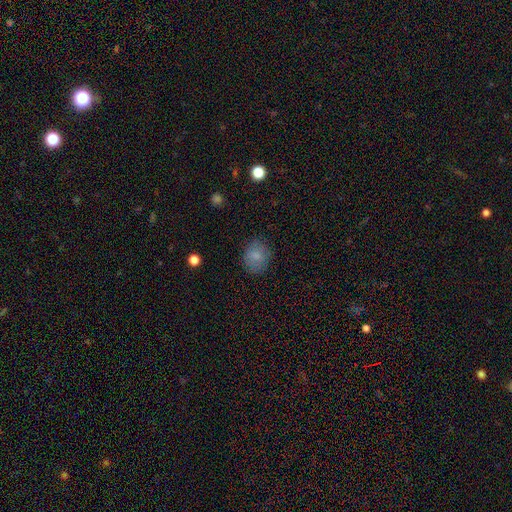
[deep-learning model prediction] Smooth or featured: smooth — 81% (featured or disk — 10%)
How rounded: round — 63% (in between — 36%)
Merging: none — 80% (minor disturbance — 14%)